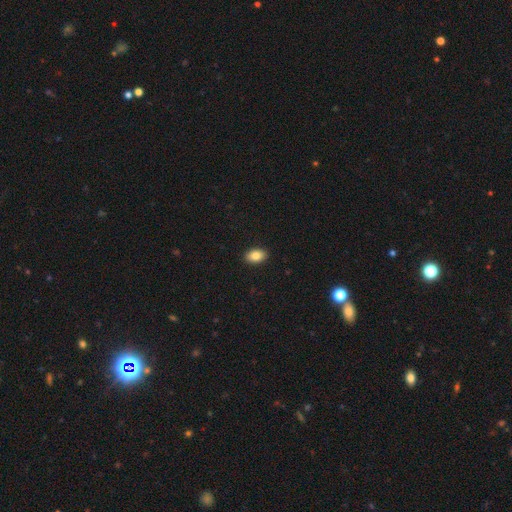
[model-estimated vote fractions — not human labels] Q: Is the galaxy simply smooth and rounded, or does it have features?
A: smooth — 85%.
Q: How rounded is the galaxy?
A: in between — 90%.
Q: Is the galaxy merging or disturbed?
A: none — 91%.